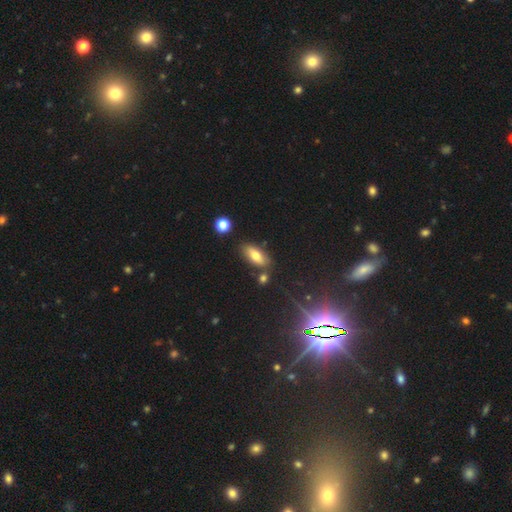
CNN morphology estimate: smooth_or_featured: smooth (p=0.70) [alt: featured or disk p=0.19]
how_rounded: in between (p=0.80) [alt: cigar-shaped p=0.16]
merging: none (p=0.77) [alt: minor disturbance p=0.12]